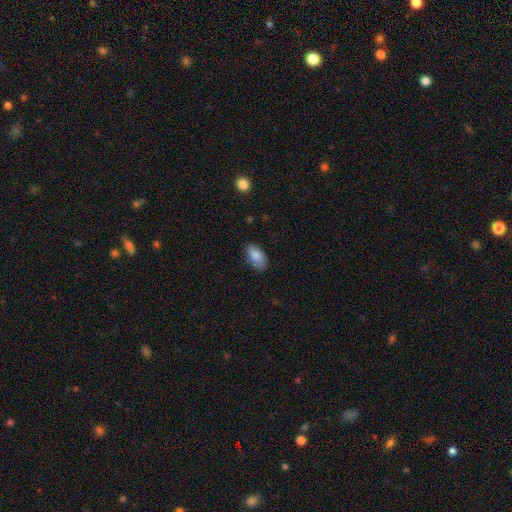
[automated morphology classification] This is clearly a smooth galaxy (86%). How rounded: clearly in between (93%). Merging: clearly none (81%).